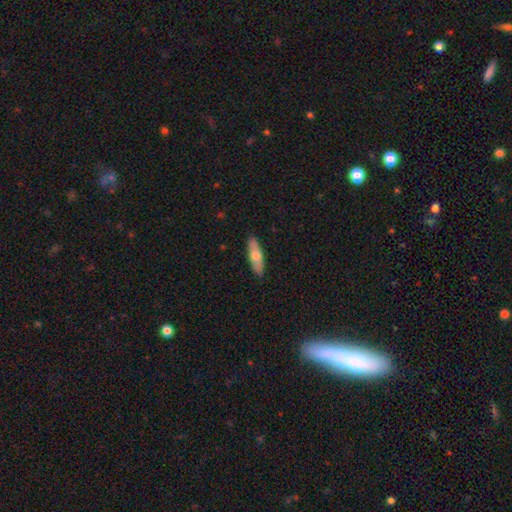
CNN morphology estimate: Overall: smooth (62%; featured or disk 33%). How rounded: cigar-shaped (51%; in between 47%). Merging: none (88%).